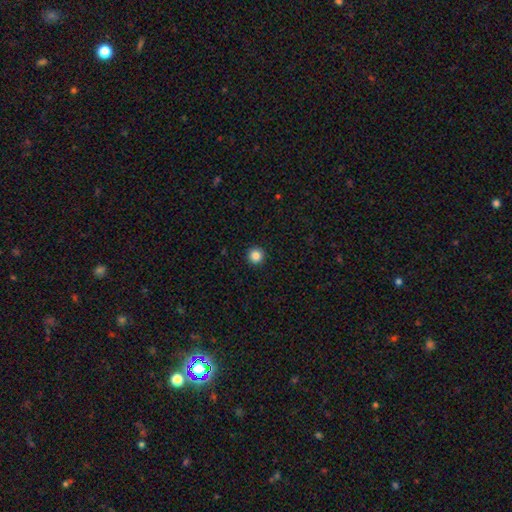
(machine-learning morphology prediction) Smooth or featured: smooth — 86% (star or artifact — 11%)
How rounded: round — 96% (in between — 3%)
Merging: none — 94% (minor disturbance — 4%)